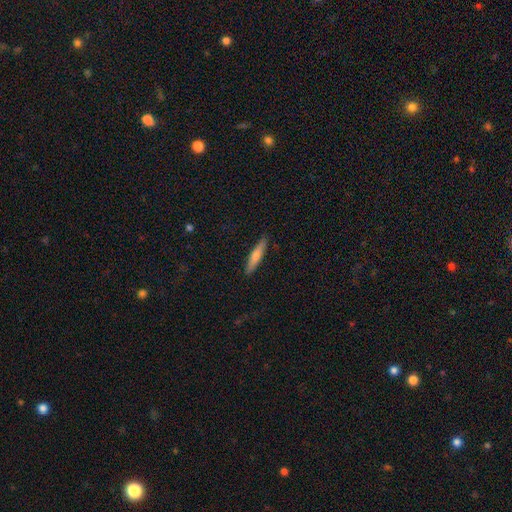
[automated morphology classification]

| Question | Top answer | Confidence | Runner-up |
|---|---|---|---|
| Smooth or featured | smooth | 67% | featured or disk (27%) |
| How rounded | cigar-shaped | 87% | in between (11%) |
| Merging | none | 89% | minor disturbance (8%) |